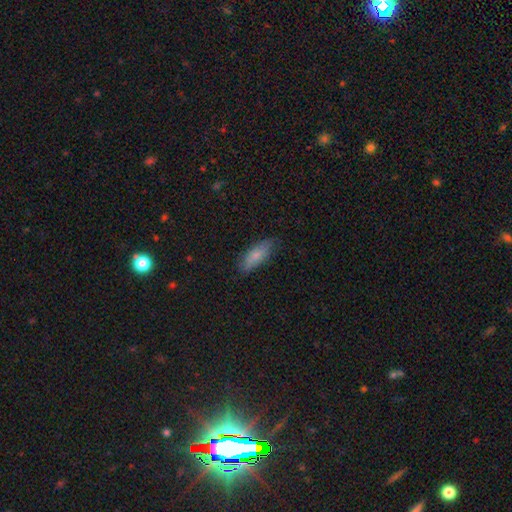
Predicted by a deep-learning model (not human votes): Smooth or featured: smooth — 78% (featured or disk — 16%)
How rounded: in between — 66% (cigar-shaped — 32%)
Merging: none — 79% (minor disturbance — 17%)